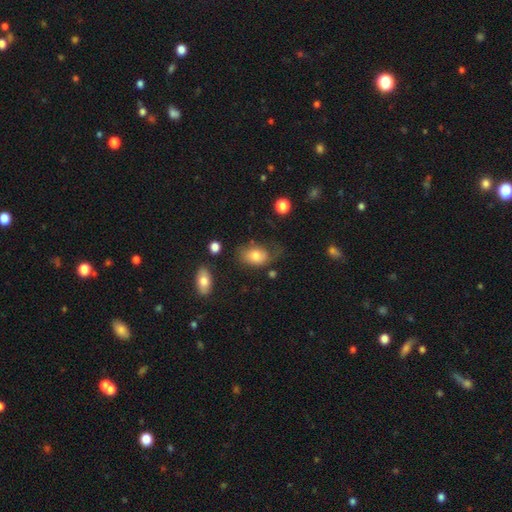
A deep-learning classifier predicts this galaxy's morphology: Smooth or featured? Predicted: smooth (p=0.74). How rounded? Predicted: in between (p=0.81). Merging? Predicted: none (p=0.45).